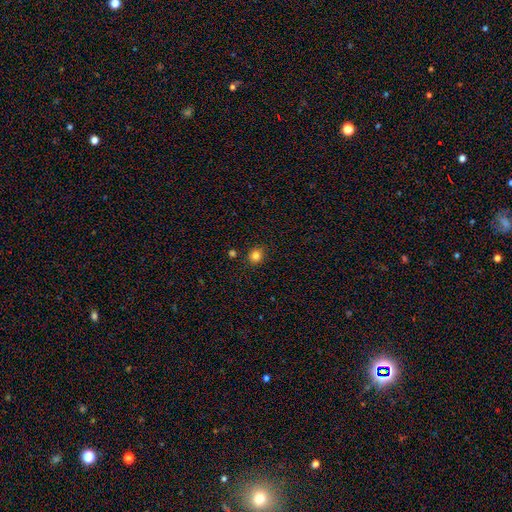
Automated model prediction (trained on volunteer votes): smooth_or_featured: smooth (p=0.83) [alt: star or artifact p=0.13]
how_rounded: round (p=0.81) [alt: in between p=0.18]
merging: none (p=0.87) [alt: minor disturbance p=0.08]